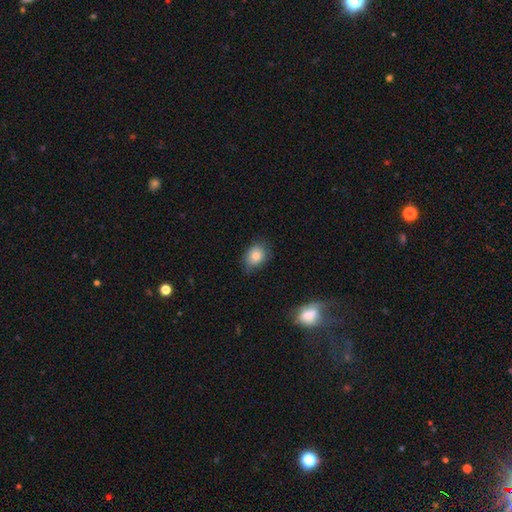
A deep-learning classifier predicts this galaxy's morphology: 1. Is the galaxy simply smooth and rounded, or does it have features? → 81% smooth, 10% featured or disk, 9% star or artifact.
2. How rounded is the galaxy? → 60% in between, 39% round, 1% cigar-shaped.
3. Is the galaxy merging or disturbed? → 73% none, 21% minor disturbance, 4% major disturbance, 1% merger.